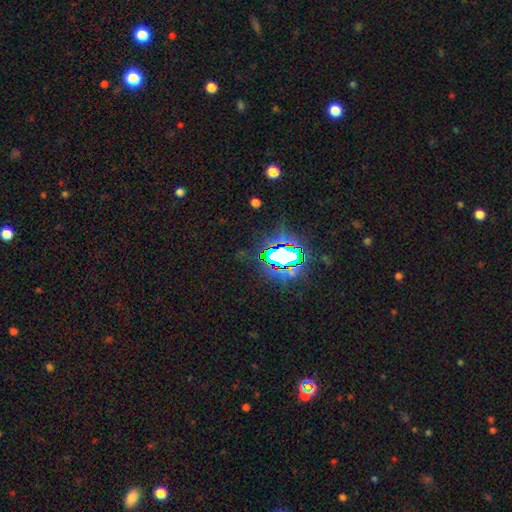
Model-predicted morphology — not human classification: Smooth or featured: star or artifact — 80% (smooth — 13%)